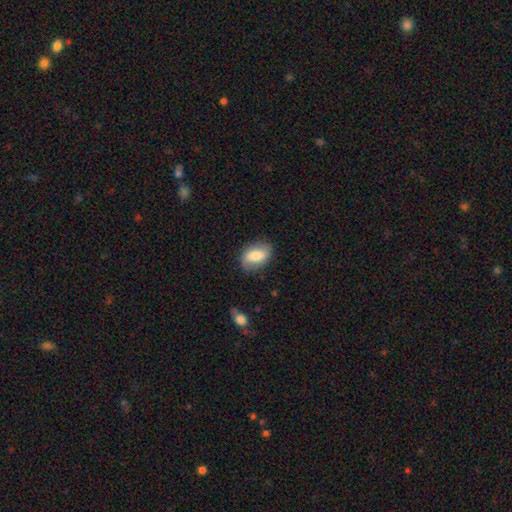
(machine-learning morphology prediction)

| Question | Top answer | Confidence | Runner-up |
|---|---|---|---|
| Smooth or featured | smooth | 65% | featured or disk (28%) |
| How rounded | in between | 84% | round (13%) |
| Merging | none | 78% | minor disturbance (16%) |